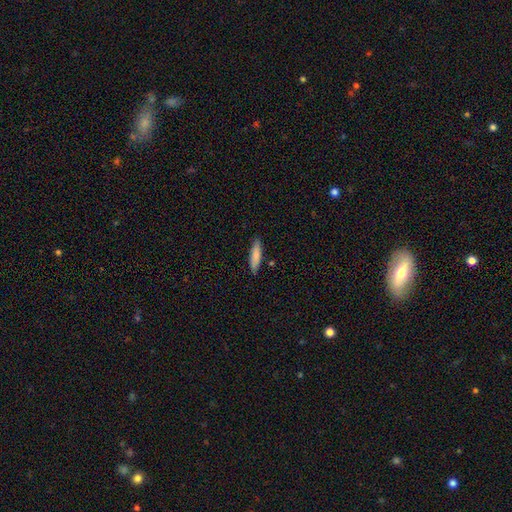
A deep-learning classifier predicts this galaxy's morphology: This appears to be a smooth galaxy with no disk features (82%) that is cigar-shaped (78%). Merging: none (87%).